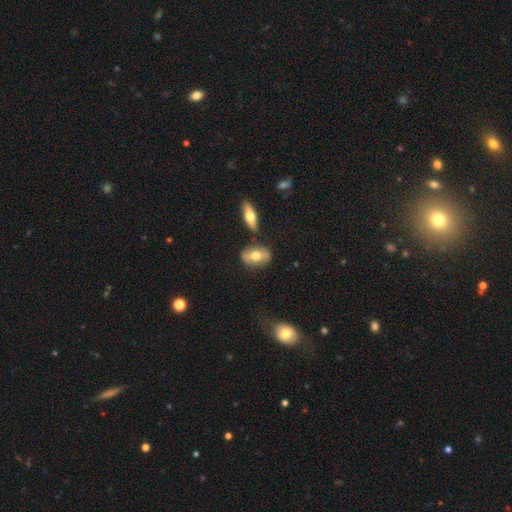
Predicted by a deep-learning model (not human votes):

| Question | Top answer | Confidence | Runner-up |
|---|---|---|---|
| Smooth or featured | smooth | 49% | featured or disk (44%) |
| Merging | none | 76% | minor disturbance (13%) |